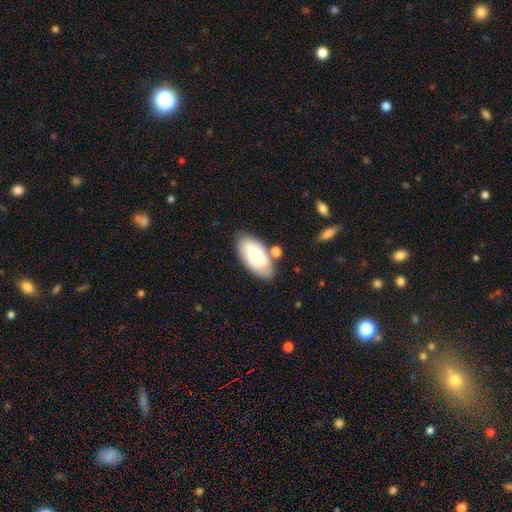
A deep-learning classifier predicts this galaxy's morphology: Smooth or featured: smooth — 81% (featured or disk — 12%)
How rounded: in between — 93% (cigar-shaped — 4%)
Merging: none — 69% (minor disturbance — 16%)